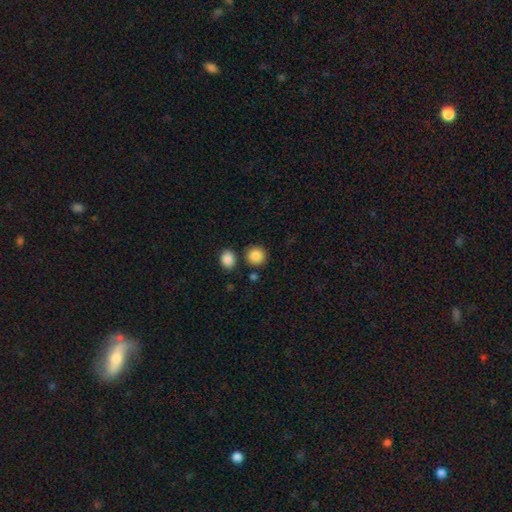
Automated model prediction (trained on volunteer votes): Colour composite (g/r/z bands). It shows a smooth galaxy with no disk features (88%) that is round (90%). Merging: none (82%).